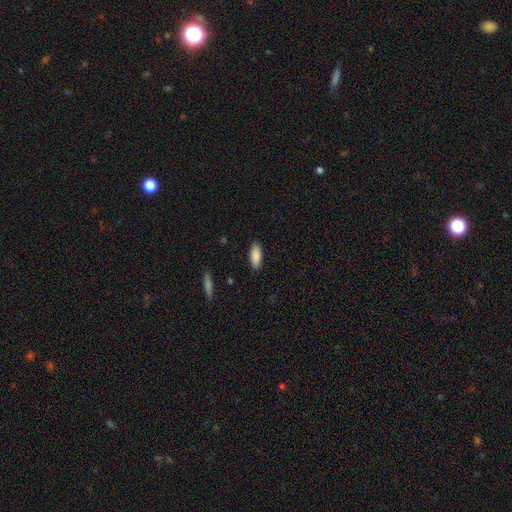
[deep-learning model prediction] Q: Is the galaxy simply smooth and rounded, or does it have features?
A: smooth — 89%.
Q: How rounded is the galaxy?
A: in between — 81%.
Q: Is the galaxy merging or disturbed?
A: none — 88%.